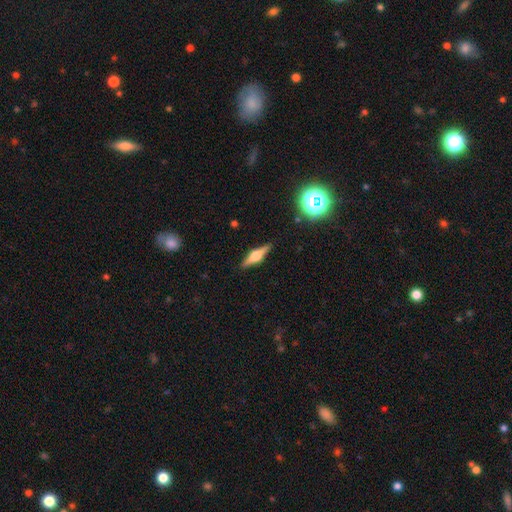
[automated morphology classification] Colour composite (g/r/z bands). It shows a featured or disk galaxy (72%) viewed edge-on (97%) with a rounded central bulge (93%). Merging: none (90%).